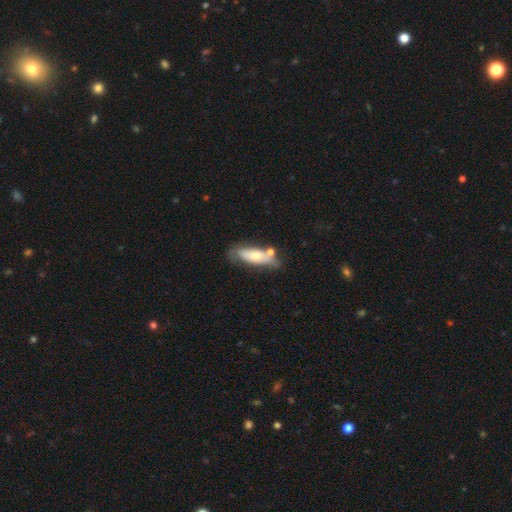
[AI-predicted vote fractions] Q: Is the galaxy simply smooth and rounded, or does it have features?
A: smooth — 58%.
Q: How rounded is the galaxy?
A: in between — 61%.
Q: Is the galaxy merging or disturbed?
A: none — 54%.